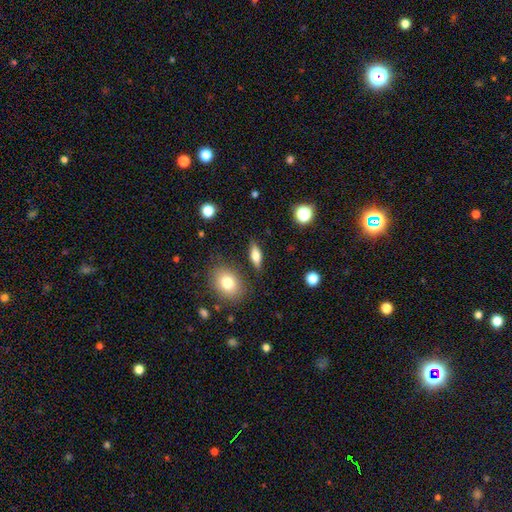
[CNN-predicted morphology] Overall: smooth (63%; featured or disk 29%). How rounded: in between (62%; cigar-shaped 32%). Merging: none (84%).